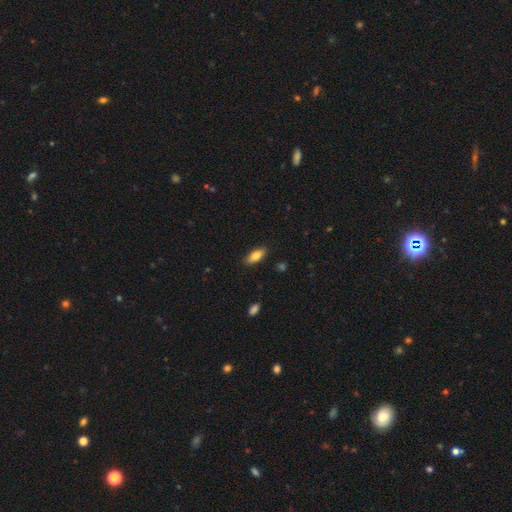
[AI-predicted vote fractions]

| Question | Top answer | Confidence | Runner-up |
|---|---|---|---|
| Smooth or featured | smooth | 79% | featured or disk (14%) |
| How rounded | in between | 78% | cigar-shaped (19%) |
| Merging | none | 88% | minor disturbance (9%) |